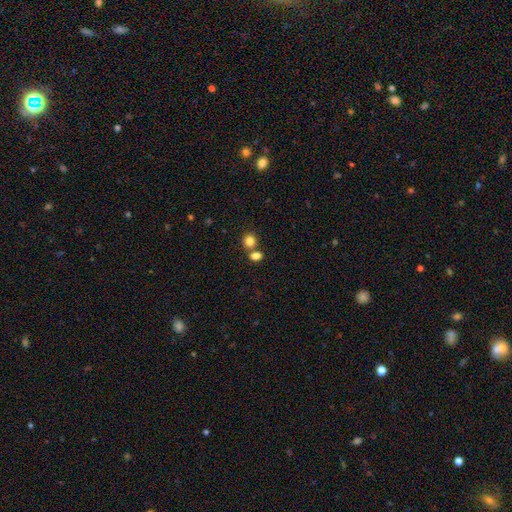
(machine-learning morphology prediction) A smooth galaxy with no disk features (82%) that is round (53%).

Vote fractions:
- Smooth or featured? smooth: 82% / star or artifact: 12% / featured or disk: 7%
- How rounded? round: 53% / in between: 46% / cigar-shaped: 1%
- Merging? none: 53% / merger: 36% / minor disturbance: 8% / major disturbance: 3%